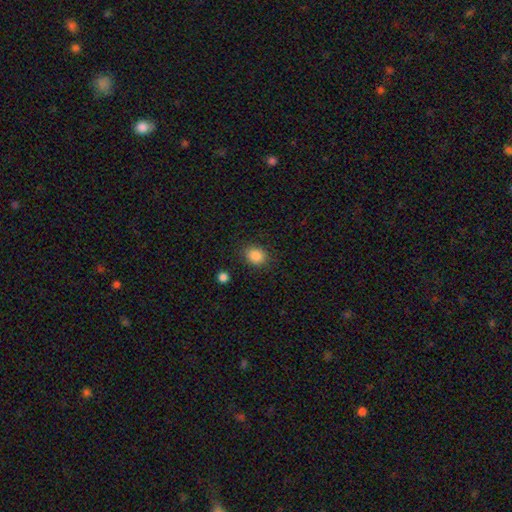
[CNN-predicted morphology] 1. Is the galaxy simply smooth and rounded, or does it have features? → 87% smooth, 9% star or artifact, 4% featured or disk.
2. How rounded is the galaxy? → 54% round, 45% in between, 1% cigar-shaped.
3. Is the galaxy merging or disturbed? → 85% none, 10% minor disturbance, 3% major disturbance, 2% merger.